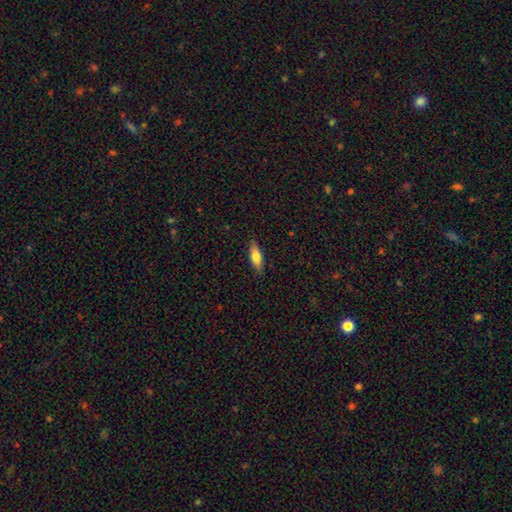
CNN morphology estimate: smooth 70%, featured or disk 24%, star or artifact 6%. Down the decision tree: how rounded — in between (52%); merging — none (88%).